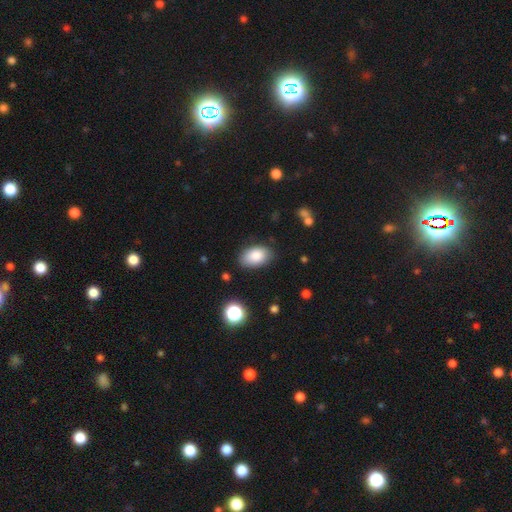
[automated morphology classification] This appears to be a smooth galaxy with no disk features (86%) that is in between round and cigar-shaped (91%). Merging: none (82%).